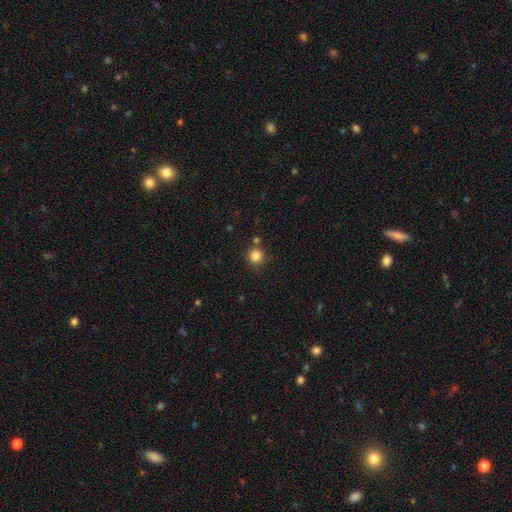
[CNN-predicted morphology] smooth-or-featured: smooth: 83% | star or artifact: 12% | featured or disk: 5%
  how-rounded: round: 92% | in between: 7% | cigar-shaped: 1%
  merging: none: 73% | minor disturbance: 12% | merger: 11% | major disturbance: 4%